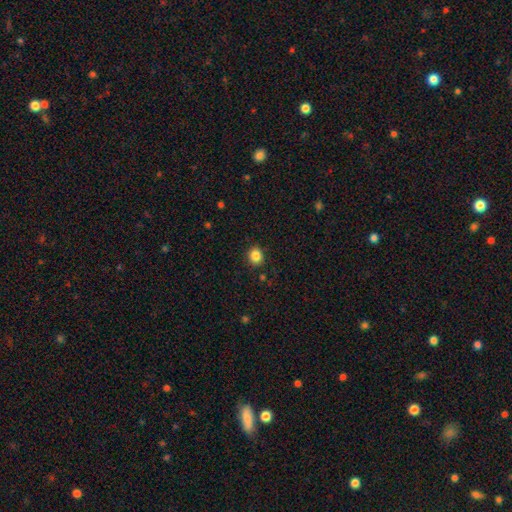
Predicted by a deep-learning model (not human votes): Overall: smooth (85%). How rounded: round (74%). Merging: none (89%).